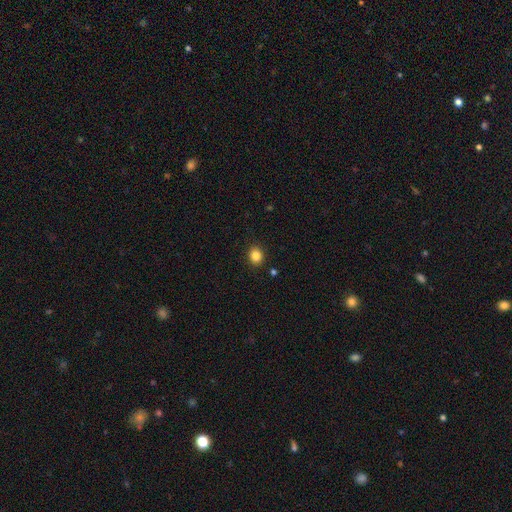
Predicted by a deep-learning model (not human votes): smooth_or_featured: smooth (p=0.85) [alt: star or artifact p=0.11]
how_rounded: round (p=0.64) [alt: in between p=0.35]
merging: none (p=0.90) [alt: minor disturbance p=0.07]